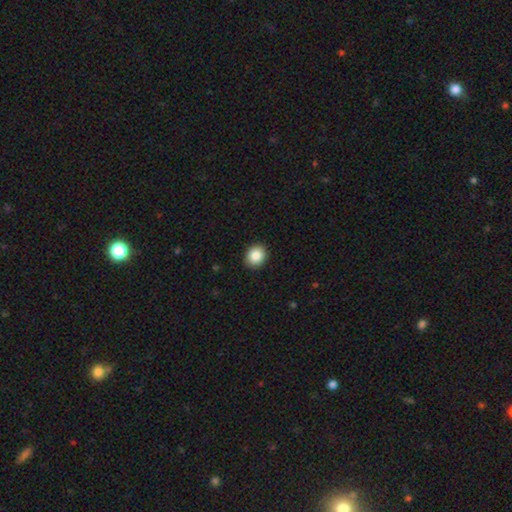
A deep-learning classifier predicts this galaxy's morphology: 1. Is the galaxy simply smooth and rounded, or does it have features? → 87% smooth, 8% star or artifact, 5% featured or disk.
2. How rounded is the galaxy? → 67% round, 33% in between, 1% cigar-shaped.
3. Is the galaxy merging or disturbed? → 91% none, 6% minor disturbance, 2% major disturbance, 1% merger.